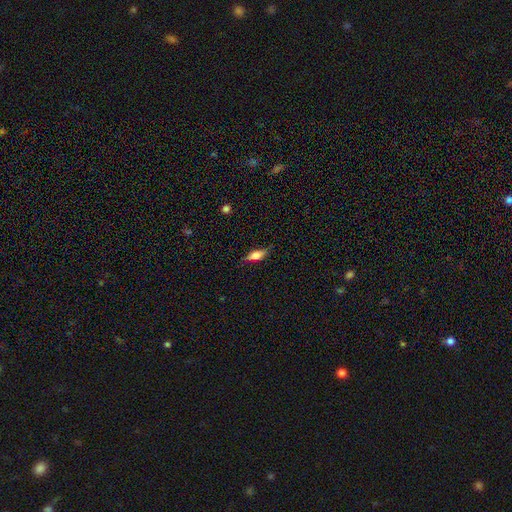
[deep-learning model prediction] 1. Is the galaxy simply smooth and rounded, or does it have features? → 59% smooth, 33% featured or disk, 8% star or artifact.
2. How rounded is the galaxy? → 61% in between, 35% cigar-shaped, 4% round.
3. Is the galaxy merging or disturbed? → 75% none, 19% minor disturbance, 5% major disturbance, 1% merger.